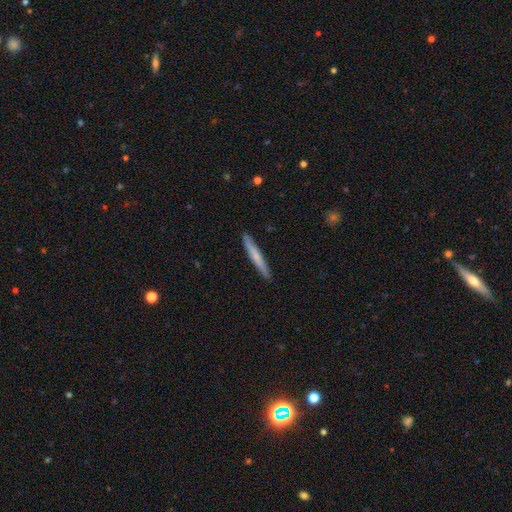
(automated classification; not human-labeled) Smooth or featured? Predicted: smooth (p=0.62). How rounded? Predicted: cigar-shaped (p=0.96). Merging? Predicted: none (p=0.91).